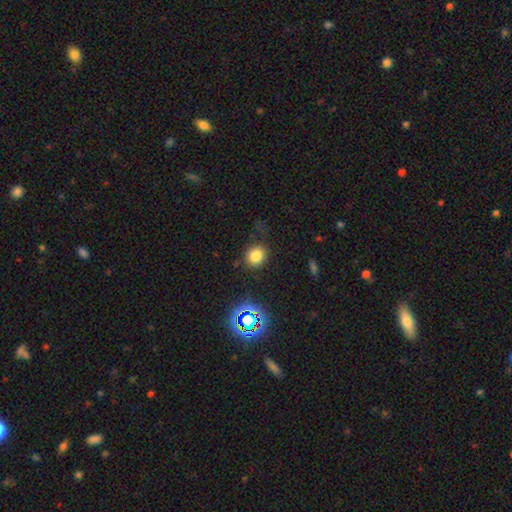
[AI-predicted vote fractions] Q: Smooth or featured?
A: smooth (78%); runner-up: star or artifact (16%)
Q: How rounded?
A: round (77%); runner-up: in between (22%)
Q: Merging?
A: none (78%); runner-up: minor disturbance (13%)